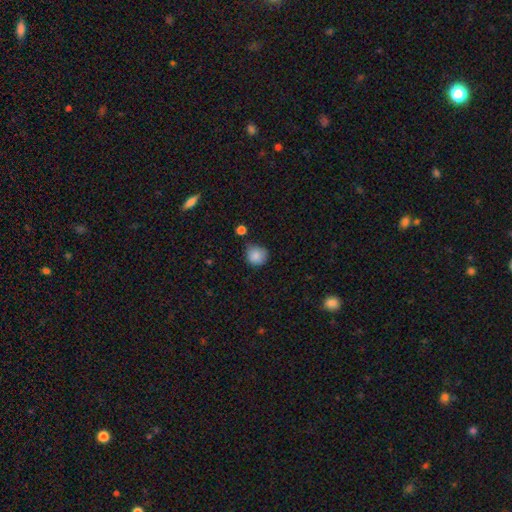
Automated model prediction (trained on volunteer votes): Morphology: type=smooth (85%); roundness=round (84%); merging=none (68%).